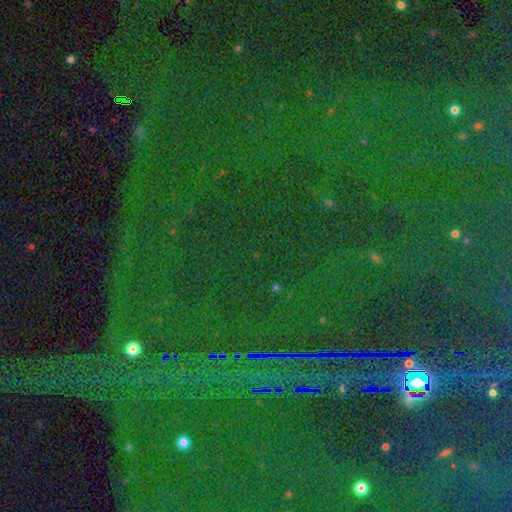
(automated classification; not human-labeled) Smooth or featured? Predicted: star or artifact (p=0.86).